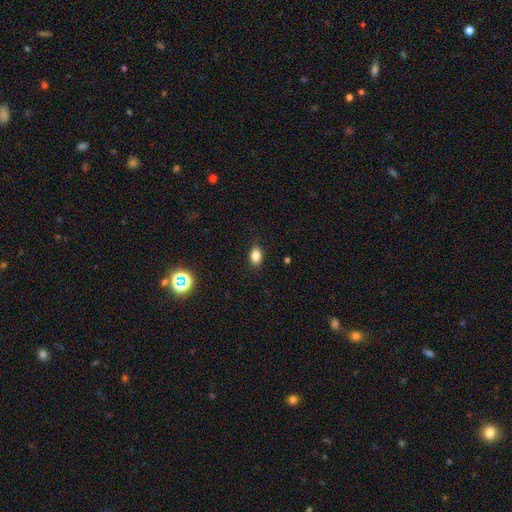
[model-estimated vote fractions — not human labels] Q: Smooth or featured?
A: smooth (83%); runner-up: star or artifact (11%)
Q: How rounded?
A: in between (81%); runner-up: round (18%)
Q: Merging?
A: none (88%); runner-up: minor disturbance (9%)